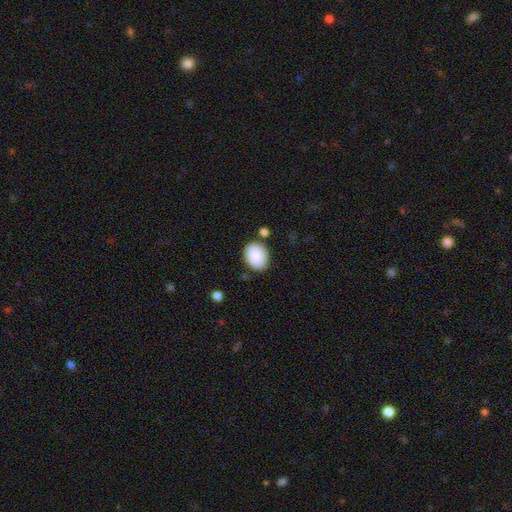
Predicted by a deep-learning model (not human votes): This appears to be a smooth galaxy with no disk features (87%) that is in between round and cigar-shaped (64%). Merging: none (78%).